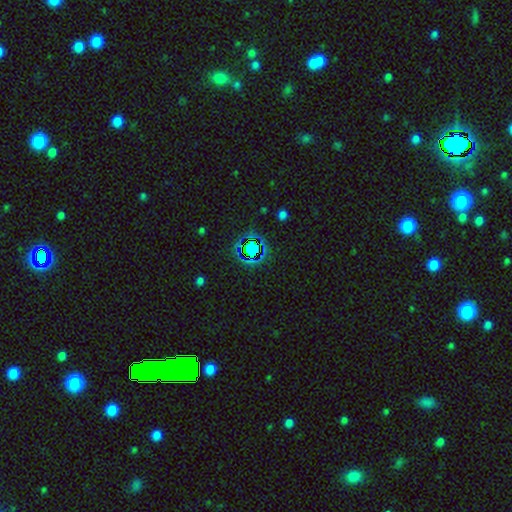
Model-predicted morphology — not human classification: The model was most divided on "smooth or featured": star or artifact: 74%, smooth: 15%, featured or disk: 11%.